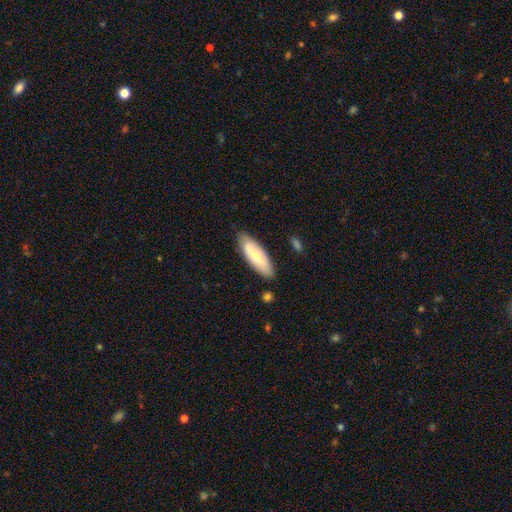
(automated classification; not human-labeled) Q: Smooth or featured?
A: smooth (67%); runner-up: featured or disk (27%)
Q: How rounded?
A: in between (58%); runner-up: cigar-shaped (41%)
Q: Merging?
A: none (83%); runner-up: minor disturbance (13%)